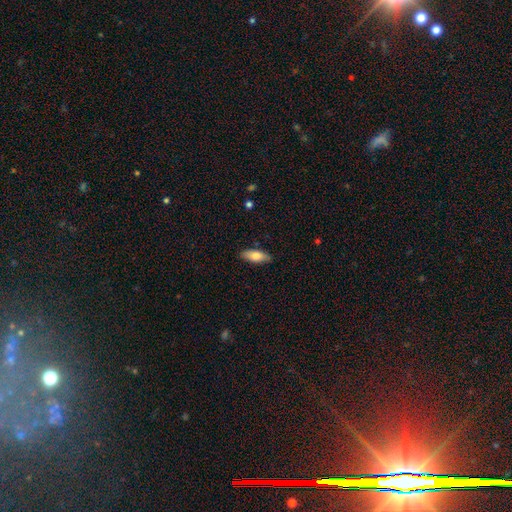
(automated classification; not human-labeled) A smooth galaxy with no disk features (77%) that is in between round and cigar-shaped (74%). Merging: none (87%).